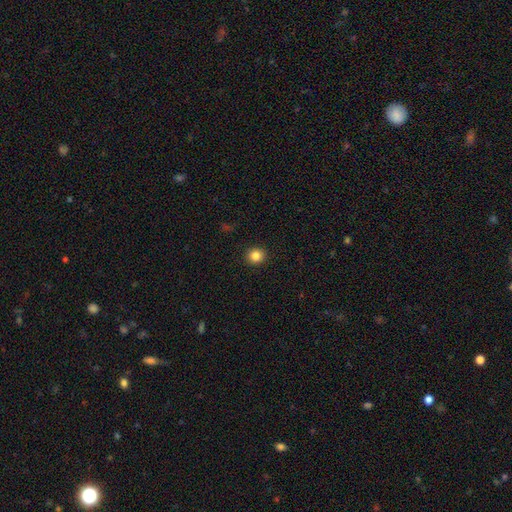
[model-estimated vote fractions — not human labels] Smooth or featured? Predicted: smooth (p=0.85). How rounded? Predicted: round (p=0.89). Merging? Predicted: none (p=0.92).